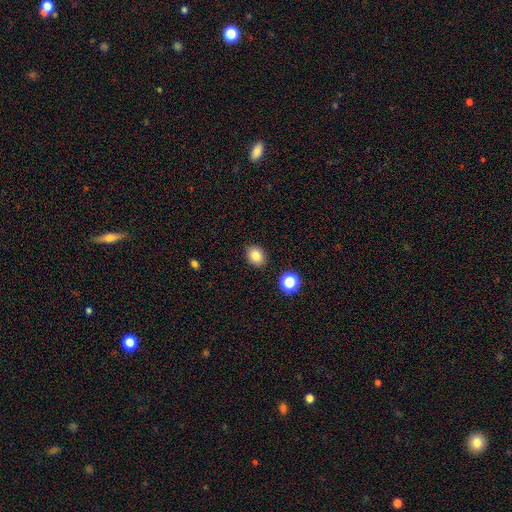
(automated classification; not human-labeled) This appears to be a smooth galaxy with no disk features (83%) that is in between round and cigar-shaped (51%). Merging: none (87%).